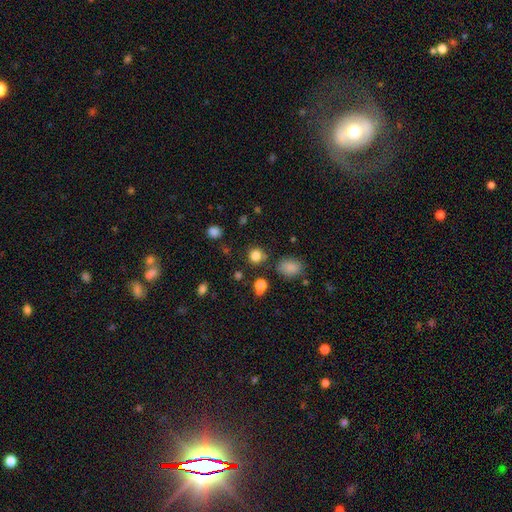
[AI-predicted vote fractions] smooth_or_featured: smooth (p=0.82) [alt: star or artifact p=0.13]
how_rounded: round (p=0.85) [alt: in between p=0.14]
merging: none (p=0.77) [alt: minor disturbance p=0.12]